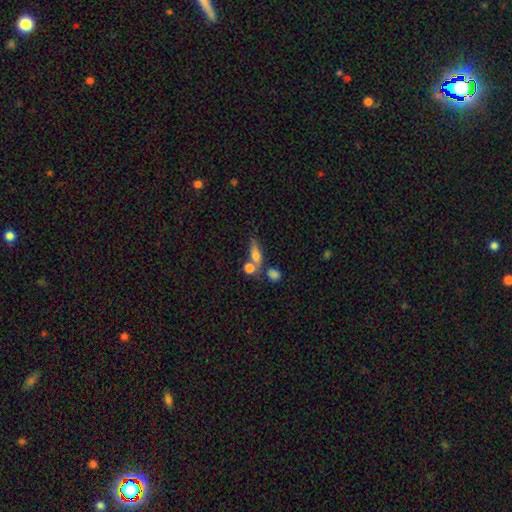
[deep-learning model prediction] Morphology: type=smooth (66%); roundness=in between (51%); merging=none (45%).